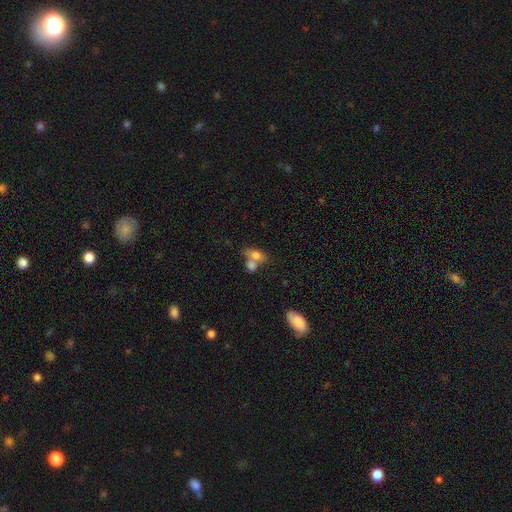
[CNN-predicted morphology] A smooth galaxy with no disk features (73%) that is in between round and cigar-shaped (77%).

Vote fractions:
- Smooth or featured? smooth: 73% / featured or disk: 17% / star or artifact: 9%
- How rounded? in between: 77% / round: 16% / cigar-shaped: 7%
- Merging? merger: 52% / none: 32% / minor disturbance: 11% / major disturbance: 6%